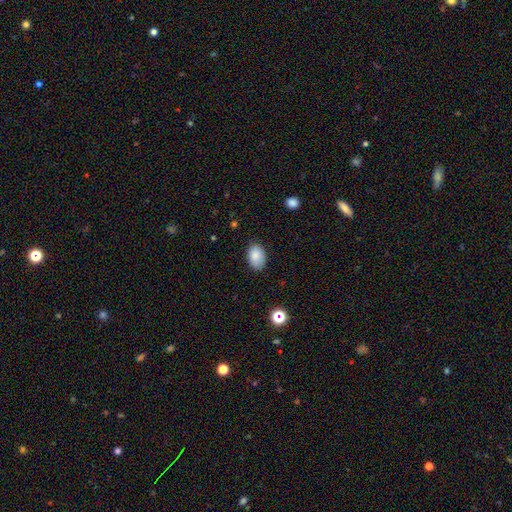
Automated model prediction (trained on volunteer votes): Smooth or featured? Predicted: smooth (p=0.87). How rounded? Predicted: in between (p=0.88). Merging? Predicted: none (p=0.81).